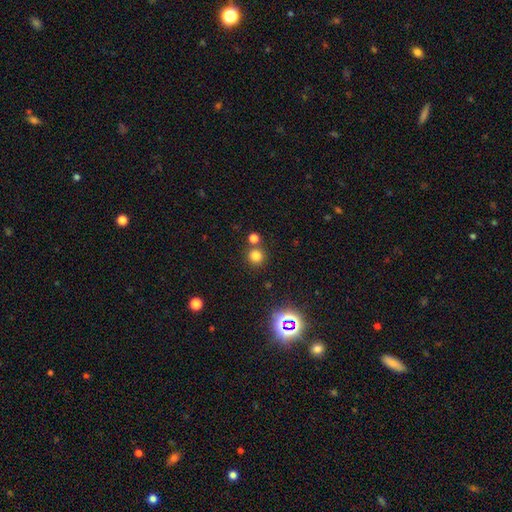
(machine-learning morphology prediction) This is likely a smooth galaxy (75%). How rounded: clearly round (93%). Merging: likely none (75%).